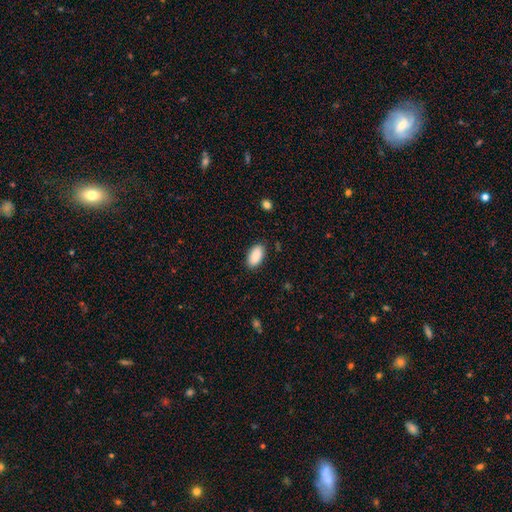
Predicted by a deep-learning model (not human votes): A smooth galaxy with no disk features (90%) that is in between round and cigar-shaped (94%). Merging: none (87%).